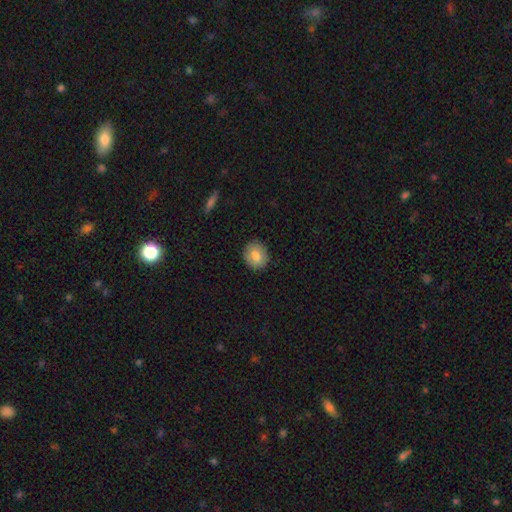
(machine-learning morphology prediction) smooth-or-featured: smooth: 82% | featured or disk: 10% | star or artifact: 7%
  how-rounded: round: 65% | in between: 34% | cigar-shaped: 1%
  merging: none: 87% | minor disturbance: 9% | major disturbance: 2% | merger: 1%